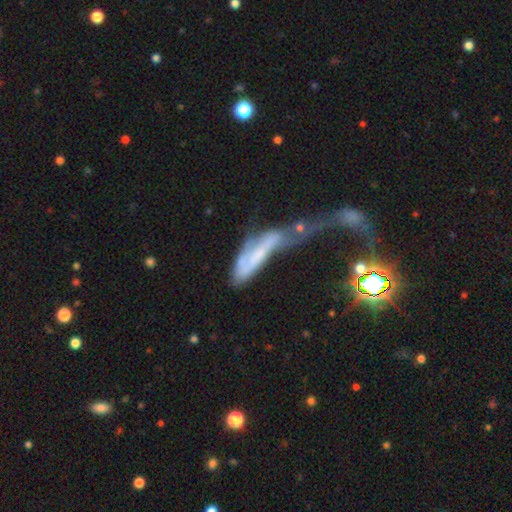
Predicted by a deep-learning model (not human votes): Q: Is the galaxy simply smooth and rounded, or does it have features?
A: featured or disk — 49%.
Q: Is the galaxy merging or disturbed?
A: merger — 43%.